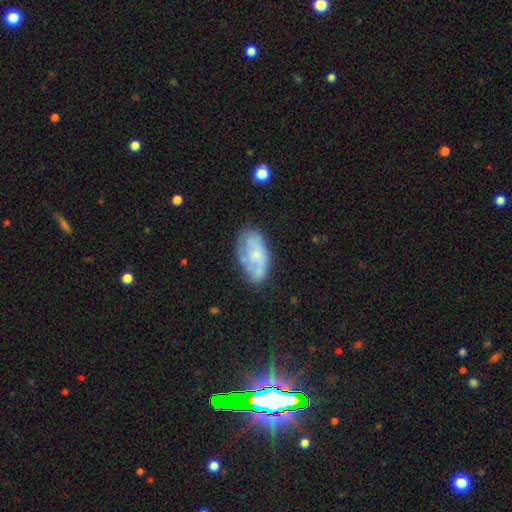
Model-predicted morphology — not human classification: Overall: featured or disk (52%; smooth 40%). Edge-on disk: no (94%). Merging: none (61%; minor disturbance 26%).